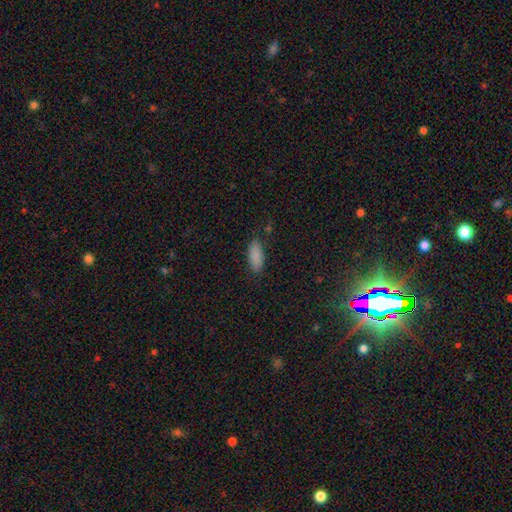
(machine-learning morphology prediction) type=smooth (88%); roundness=in between (82%); merging=none (80%).